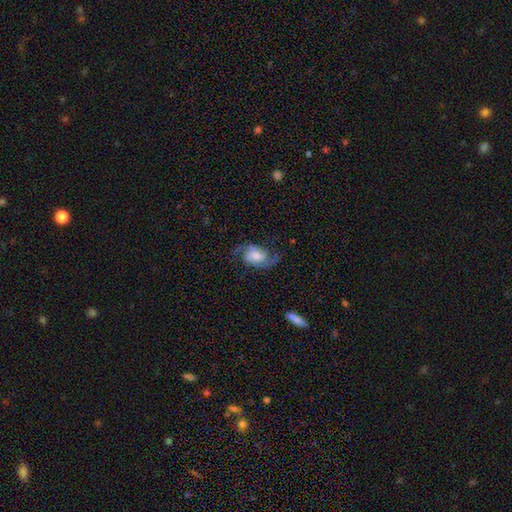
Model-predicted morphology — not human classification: This is likely a featured or disk galaxy (78%). It is clearly not viewed edge-on (97%). Bar: possibly no (54%). Spiral arm pattern: clearly yes (96%). Spiral arm count: clearly 2 (89%). Spiral winding: possibly medium (47%). Central bulge: marginally moderate (37%). Merging: likely none (68%).